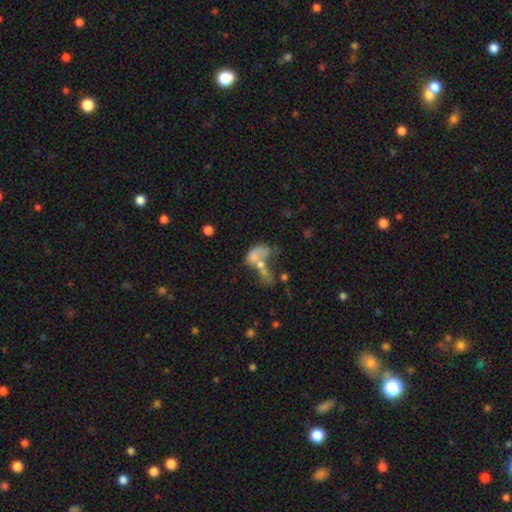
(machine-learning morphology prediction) A smooth galaxy with no disk features (55%) that is in between round and cigar-shaped (84%).

Vote fractions:
- Smooth or featured? smooth: 55% / featured or disk: 33% / star or artifact: 13%
- How rounded? in between: 84% / round: 13% / cigar-shaped: 3%
- Merging? merger: 58% / major disturbance: 21% / none: 13% / minor disturbance: 8%